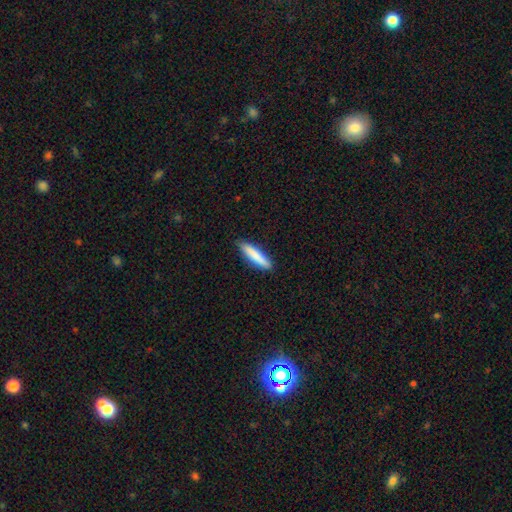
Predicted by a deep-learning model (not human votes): smooth 82%, featured or disk 12%, star or artifact 5%. Down the decision tree: how rounded — cigar-shaped (87%); merging — none (89%).